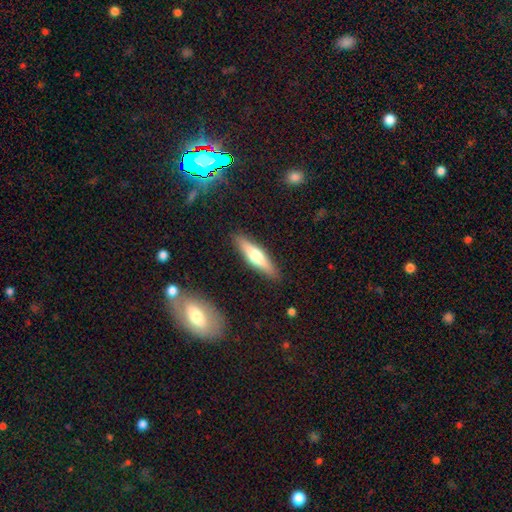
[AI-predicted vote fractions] Smooth or featured? smooth (52%)
How rounded? cigar-shaped (73%)
Merging? none (89%)